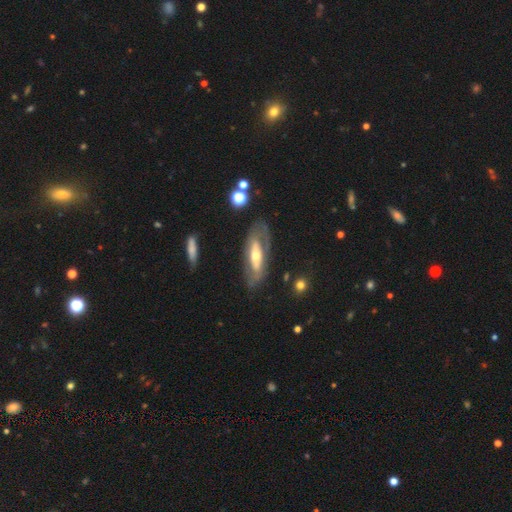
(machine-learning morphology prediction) A featured or disk galaxy (67%) with no bar (53%), no spiral arms (56%) and a moderate central bulge (62%). Merging: none (68%).